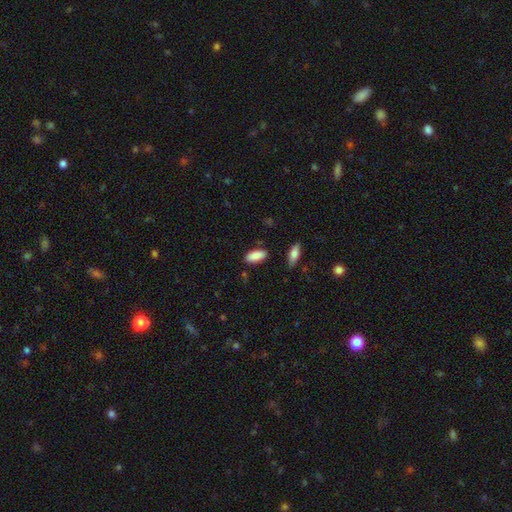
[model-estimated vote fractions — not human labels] A smooth galaxy with no disk features (88%) that is in between round and cigar-shaped (89%).

Vote fractions:
- Smooth or featured? smooth: 88% / star or artifact: 7% / featured or disk: 5%
- How rounded? in between: 89% / cigar-shaped: 9% / round: 2%
- Merging? none: 84% / minor disturbance: 12% / major disturbance: 3% / merger: 2%